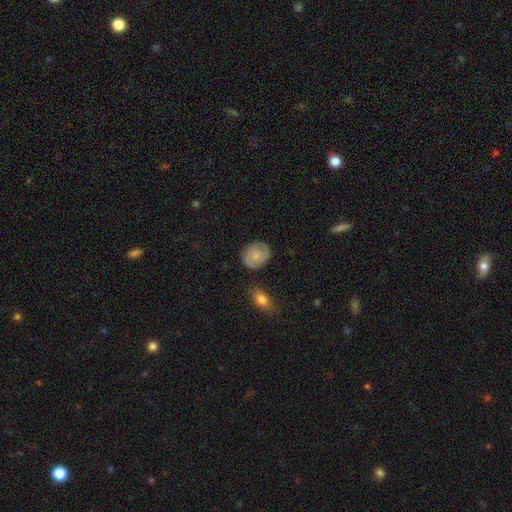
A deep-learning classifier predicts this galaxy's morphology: Smooth or featured: smooth — 52% (featured or disk — 41%)
How rounded: round — 69% (in between — 30%)
Merging: none — 79% (minor disturbance — 15%)